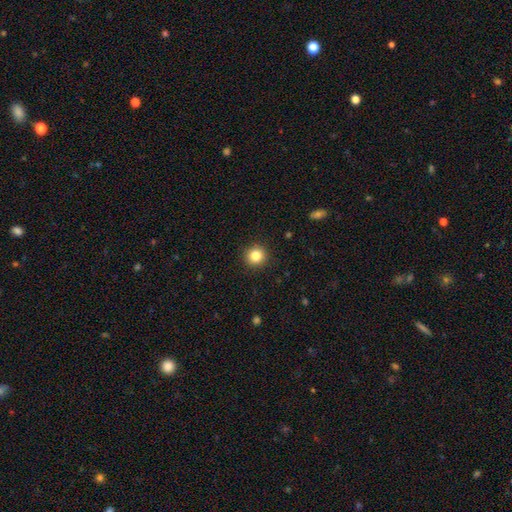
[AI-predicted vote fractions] This appears to be a smooth galaxy with no disk features (84%) that is round (94%). Merging: none (92%).